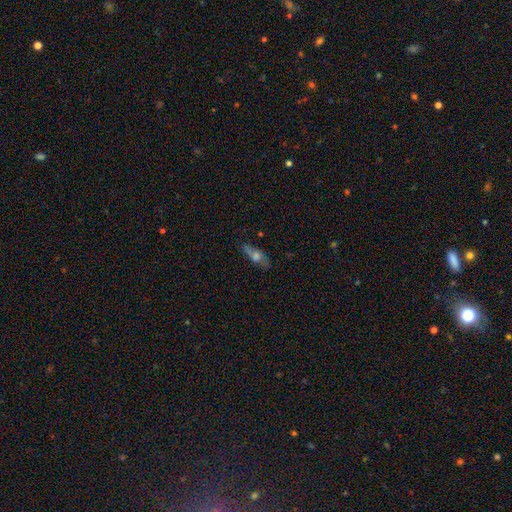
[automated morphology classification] Smooth or featured: featured or disk — 45% (smooth — 43%)
Merging: none — 64% (minor disturbance — 23%)